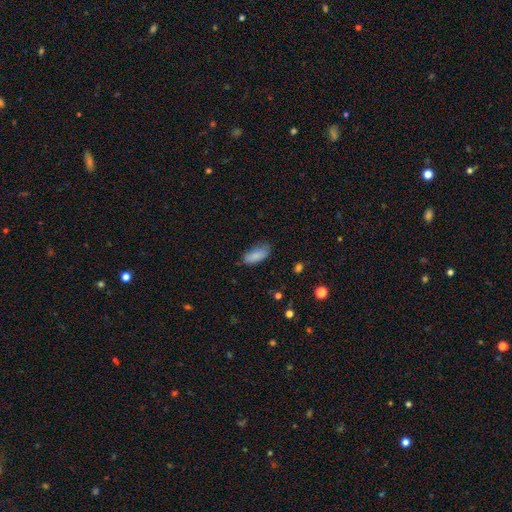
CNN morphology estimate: A smooth galaxy with no disk features (86%) that is in between round and cigar-shaped (85%). Merging: none (64%).